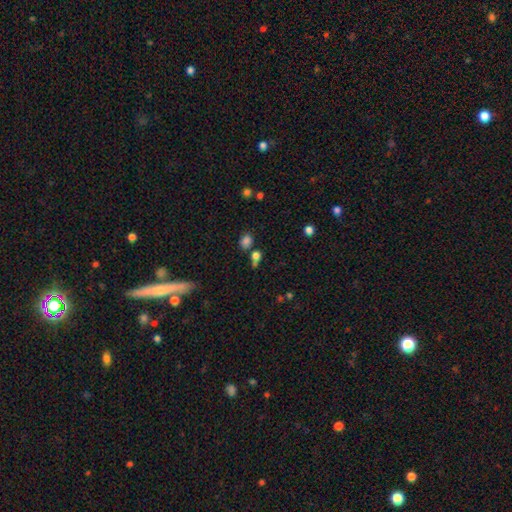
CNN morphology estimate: Smooth or featured? Predicted: smooth (p=0.75). How rounded? Predicted: round (p=0.54). Merging? Predicted: none (p=0.54).